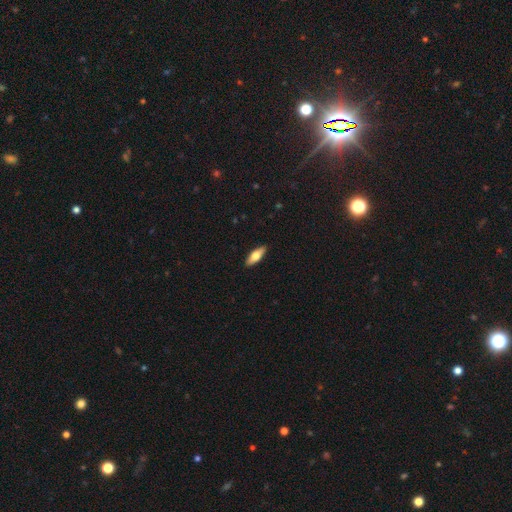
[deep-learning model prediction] smooth 65%, featured or disk 30%, star or artifact 6%. Down the decision tree: how rounded — in between (66%); merging — none (90%).